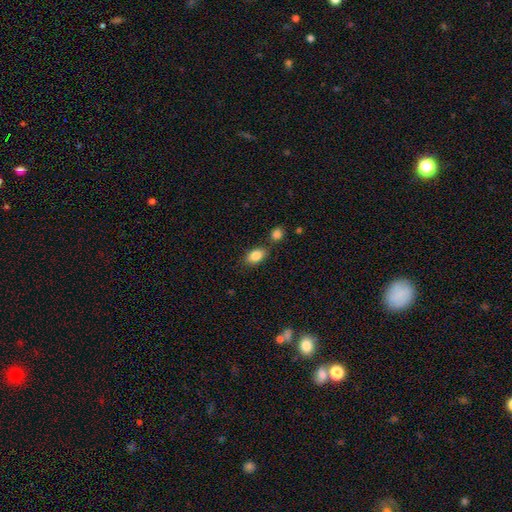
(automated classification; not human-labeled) Overall: smooth (86%). How rounded: in between (87%). Merging: none (71%).